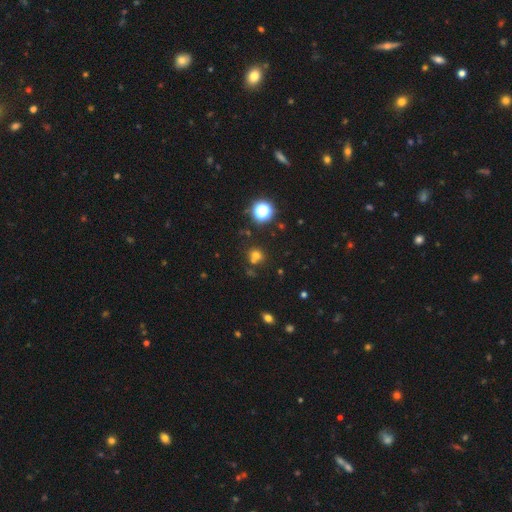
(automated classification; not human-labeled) Smooth or featured? smooth (65%)
How rounded? round (86%)
Merging? none (64%)